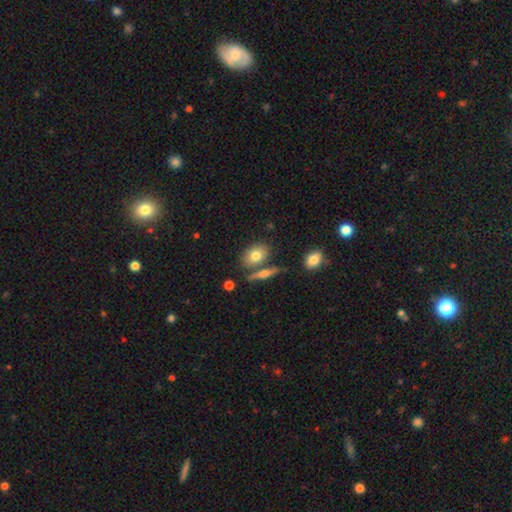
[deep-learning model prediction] Smooth or featured? smooth (74%)
How rounded? in between (77%)
Merging? none (65%)